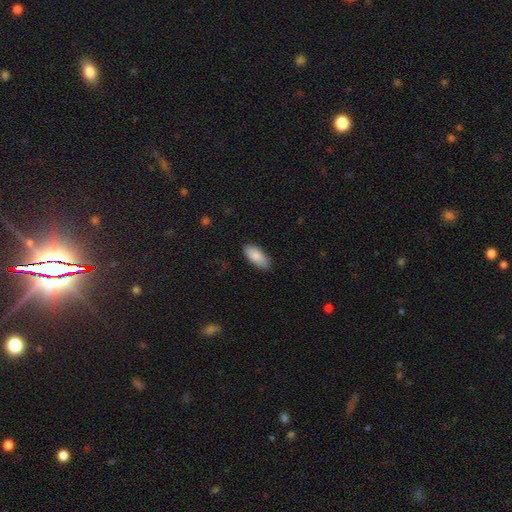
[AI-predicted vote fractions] Smooth or featured? Predicted: smooth (p=0.88). How rounded? Predicted: in between (p=0.90). Merging? Predicted: none (p=0.86).